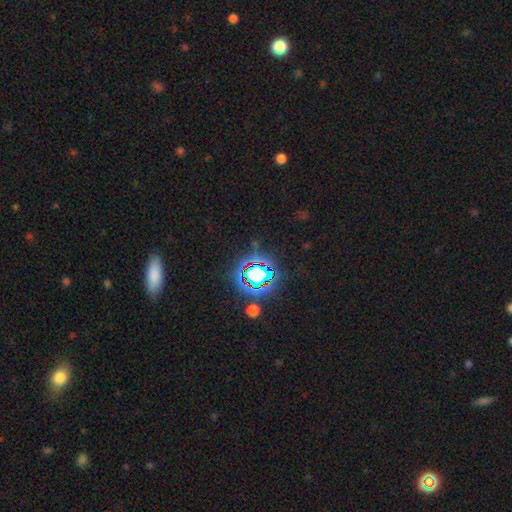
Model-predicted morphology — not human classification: The model was most divided on "smooth or featured": star or artifact: 77%, smooth: 14%, featured or disk: 8%.